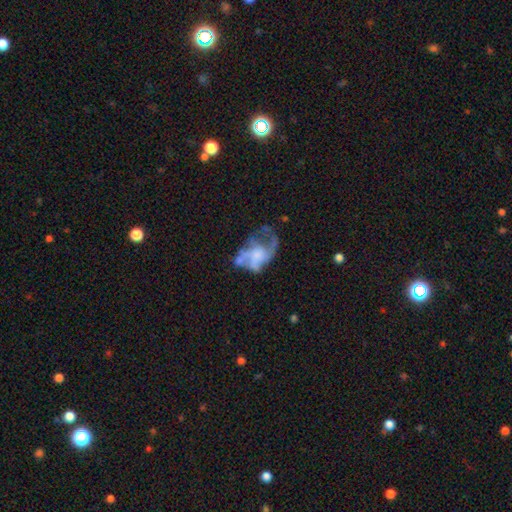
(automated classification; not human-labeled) Smooth or featured?
  - featured or disk: 68% *
  - smooth: 22%
  - star or artifact: 10%
Edge-on disk?
  - no: 97% *
  - yes: 3%
Bar?
  - no: 77% *
  - weak: 19%
  - strong: 4%
Spiral arms?
  - yes: 63% *
  - no: 37%
Bulge size?
  - none: 37% *
  - moderate: 27%
  - small: 21%
  - large: 13%
  - dominant: 2%
Merging?
  - major disturbance: 39% *
  - none: 34%
  - minor disturbance: 20%
  - merger: 7%